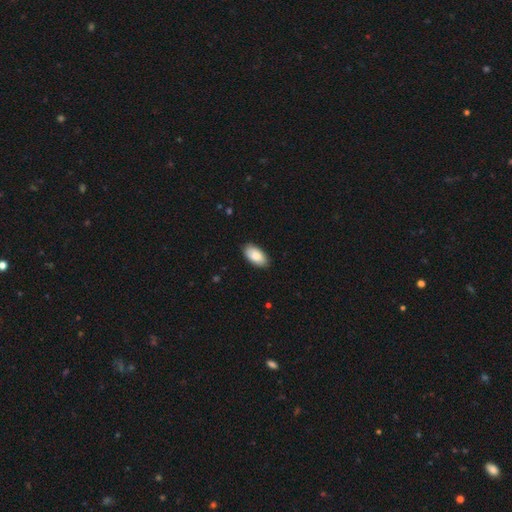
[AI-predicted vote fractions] The model was most divided on "merging": none: 87%, minor disturbance: 10%, major disturbance: 2%, merger: 1%. More confident: how rounded — in between (95%); smooth or featured — smooth (86%).